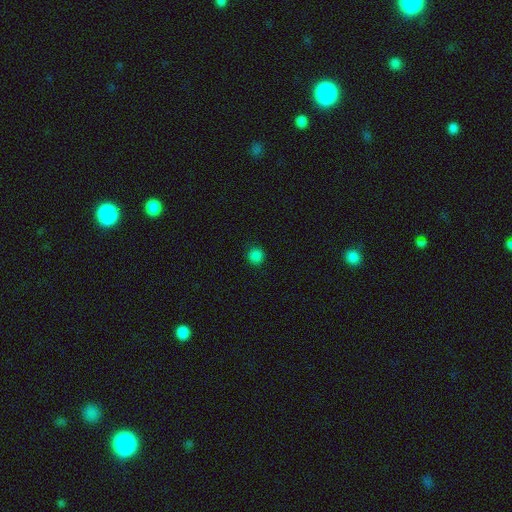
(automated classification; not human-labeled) smooth 84%, star or artifact 14%, featured or disk 3%. Down the decision tree: how rounded — round (94%); merging — none (91%).